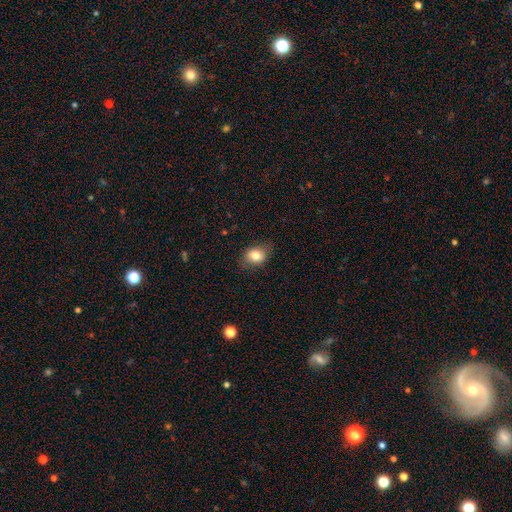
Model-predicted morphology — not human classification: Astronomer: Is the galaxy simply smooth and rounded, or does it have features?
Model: smooth — 81%.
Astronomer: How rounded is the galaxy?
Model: in between — 60% (runner-up: round, 39%).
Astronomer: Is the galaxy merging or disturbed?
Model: none — 77%.